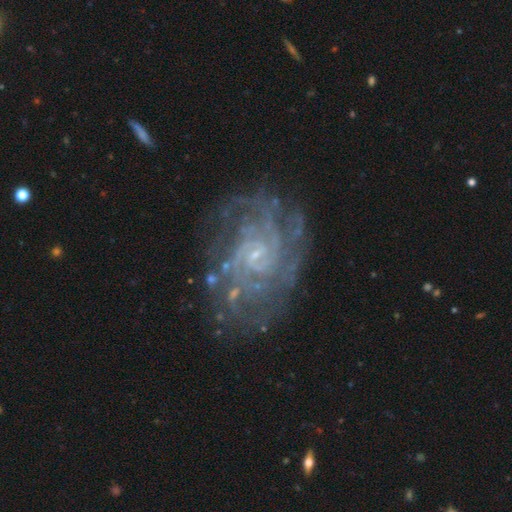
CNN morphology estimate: Q: Smooth or featured?
A: featured or disk (87%); runner-up: star or artifact (7%)
Q: Edge-on disk?
A: no (98%); runner-up: yes (2%)
Q: Bar?
A: no (63%); runner-up: weak (30%)
Q: Spiral arms?
A: yes (95%); runner-up: no (5%)
Q: Spiral winding?
A: tight (65%); runner-up: medium (28%)
Q: Spiral arm count?
A: can't tell (33%); runner-up: 2 (18%)
Q: Bulge size?
A: small (78%); runner-up: moderate (11%)
Q: Merging?
A: none (73%); runner-up: minor disturbance (16%)